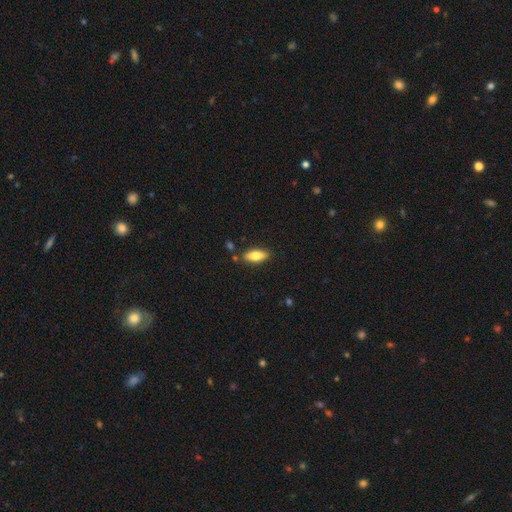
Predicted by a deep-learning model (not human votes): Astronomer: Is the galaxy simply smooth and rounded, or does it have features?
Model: smooth — 75%.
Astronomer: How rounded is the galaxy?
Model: in between — 76%.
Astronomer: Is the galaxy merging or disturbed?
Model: none — 83%.